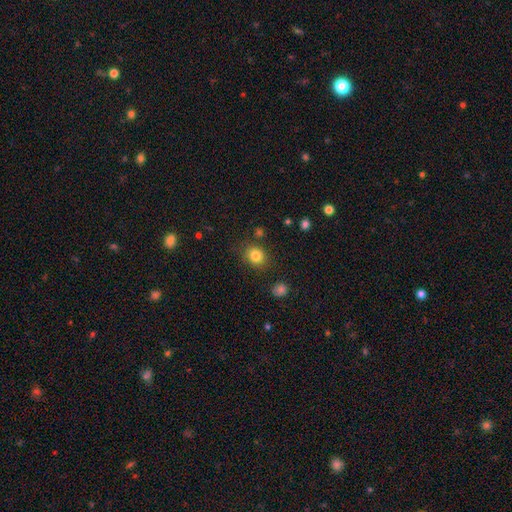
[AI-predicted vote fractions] smooth 83%, star or artifact 11%, featured or disk 6%. Down the decision tree: how rounded — round (76%); merging — none (84%).